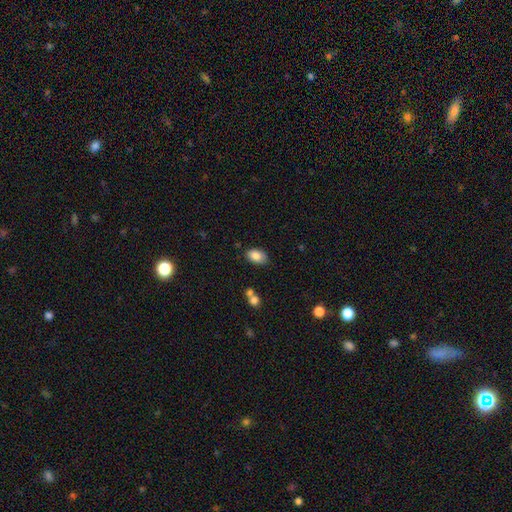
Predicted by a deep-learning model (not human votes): smooth-or-featured: smooth: 86% | star or artifact: 8% | featured or disk: 7%
  how-rounded: in between: 90% | round: 9% | cigar-shaped: 1%
  merging: none: 78% | minor disturbance: 15% | merger: 4% | major disturbance: 3%